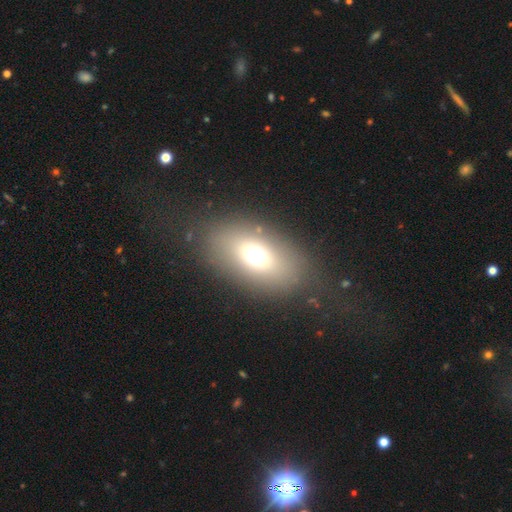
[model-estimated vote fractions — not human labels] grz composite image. It shows a smooth galaxy with no disk features (67%) that is in between round and cigar-shaped (83%). Merging: none (79%).